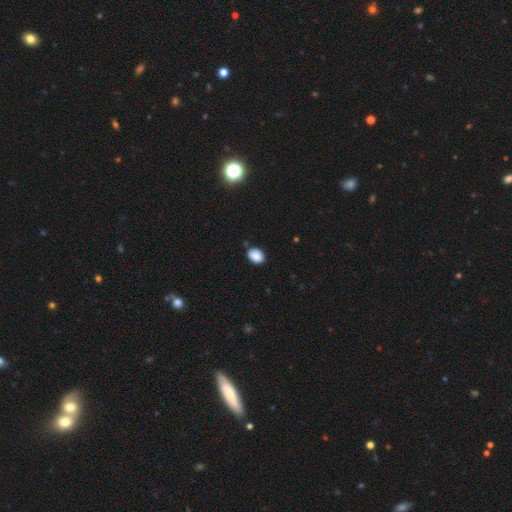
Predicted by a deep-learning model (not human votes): Smooth or featured? Predicted: smooth (p=0.88). How rounded? Predicted: in between (p=0.73). Merging? Predicted: none (p=0.82).